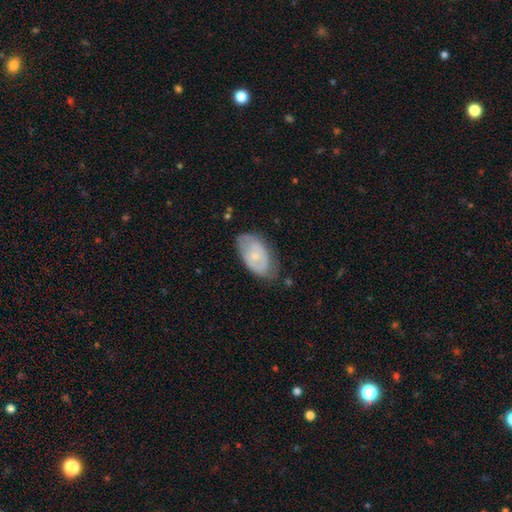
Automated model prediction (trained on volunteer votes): smooth_or_featured: smooth (p=0.48) [alt: featured or disk p=0.45]
merging: none (p=0.63) [alt: minor disturbance p=0.27]